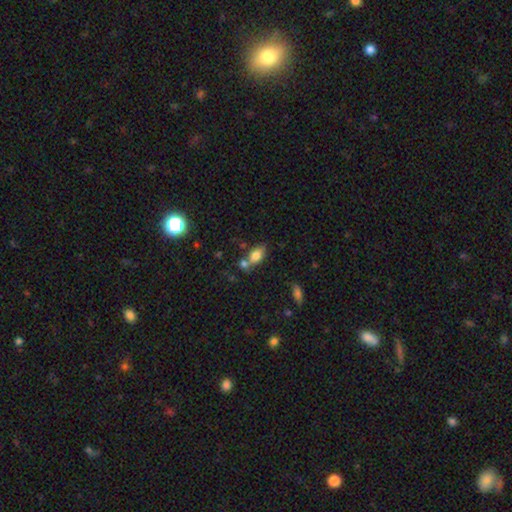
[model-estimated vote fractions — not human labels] Smooth or featured?
  - smooth: 78% *
  - featured or disk: 12%
  - star or artifact: 9%
How rounded?
  - in between: 85% *
  - round: 10%
  - cigar-shaped: 5%
Merging?
  - none: 47% *
  - merger: 34%
  - minor disturbance: 14%
  - major disturbance: 5%